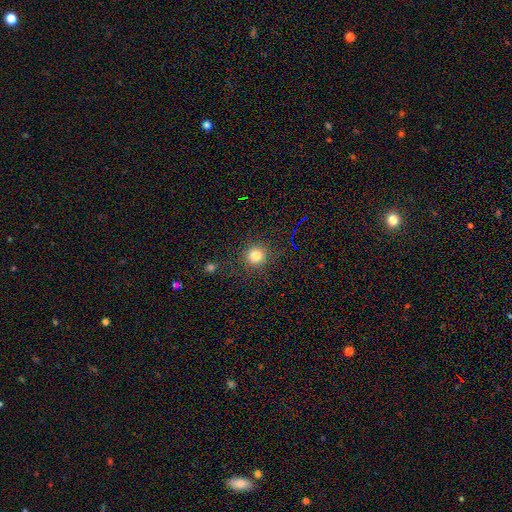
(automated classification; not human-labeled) The model was most divided on "smooth or featured": smooth: 79%, star or artifact: 15%, featured or disk: 6%. More confident: how rounded — round (92%); merging — none (84%).